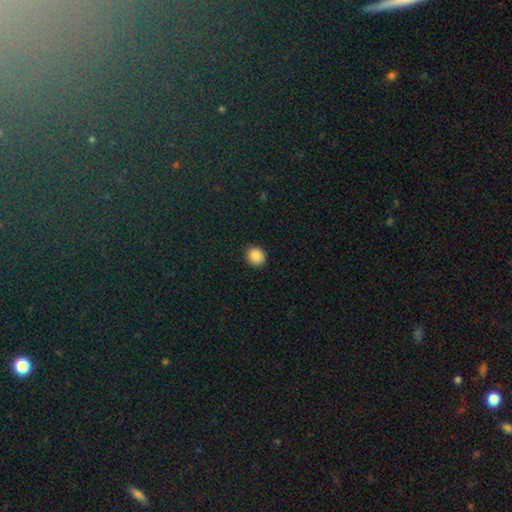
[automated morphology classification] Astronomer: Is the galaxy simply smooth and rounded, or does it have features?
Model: smooth — 88%.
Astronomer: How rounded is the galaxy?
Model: round — 83%.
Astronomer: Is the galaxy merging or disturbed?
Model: none — 90%.